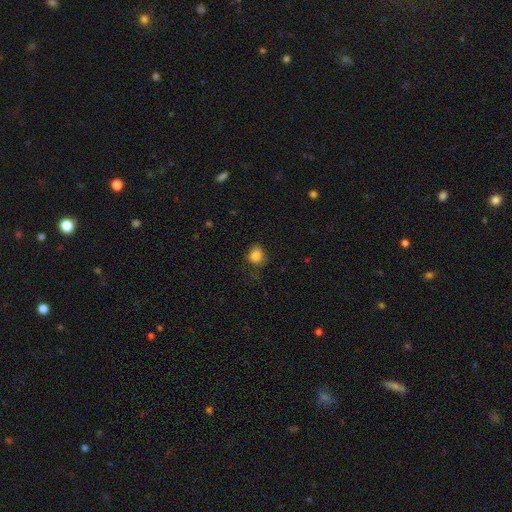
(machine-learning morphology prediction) Smooth or featured?
  - smooth: 83% *
  - star or artifact: 11%
  - featured or disk: 6%
How rounded?
  - round: 73% *
  - in between: 26%
  - cigar-shaped: 1%
Merging?
  - none: 73% *
  - minor disturbance: 20%
  - major disturbance: 6%
  - merger: 1%